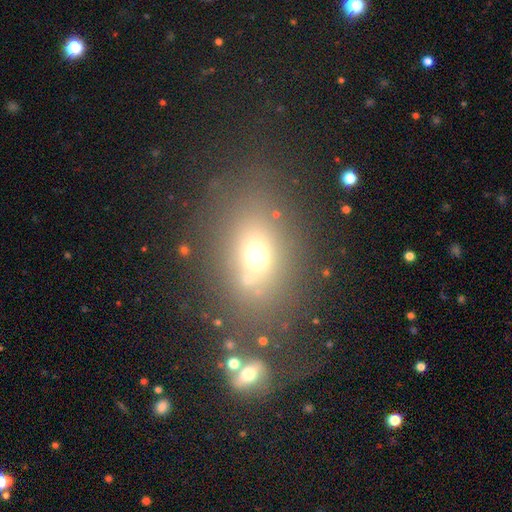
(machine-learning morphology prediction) smooth-or-featured: smooth: 60% | star or artifact: 22% | featured or disk: 17%
  how-rounded: in between: 66% | round: 31% | cigar-shaped: 3%
  merging: none: 59% | merger: 17% | minor disturbance: 14% | major disturbance: 10%